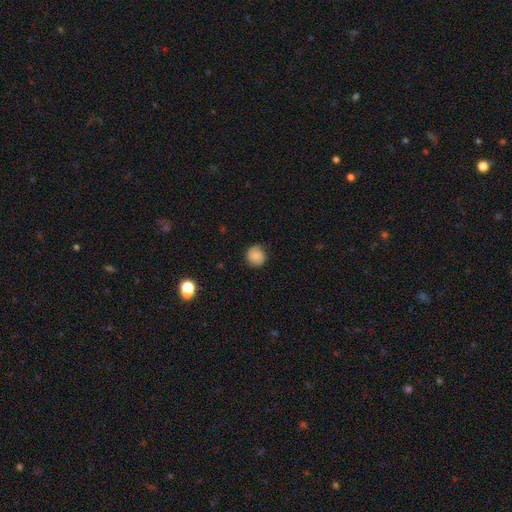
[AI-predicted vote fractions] smooth 74%, featured or disk 16%, star or artifact 10%. Down the decision tree: how rounded — round (87%); merging — none (77%).